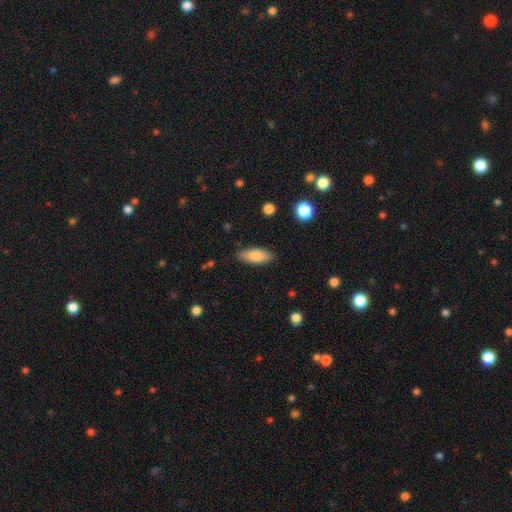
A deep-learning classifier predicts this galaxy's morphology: Smooth or featured? Predicted: smooth (p=0.82). How rounded? Predicted: in between (p=0.76). Merging? Predicted: none (p=0.86).